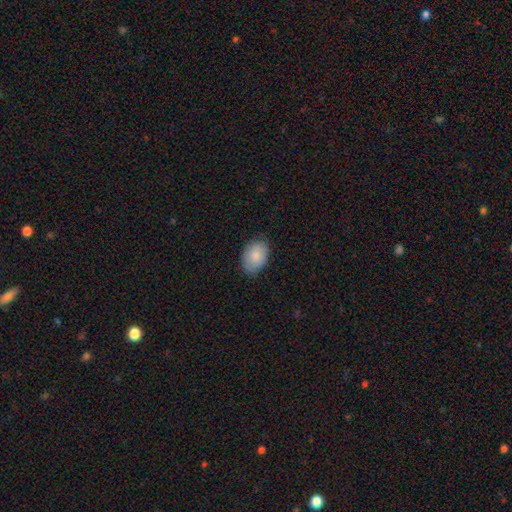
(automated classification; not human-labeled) smooth-or-featured: smooth: 84% | featured or disk: 9% | star or artifact: 6%
  how-rounded: in between: 87% | round: 12% | cigar-shaped: 1%
  merging: none: 79% | minor disturbance: 17% | major disturbance: 3% | merger: 1%